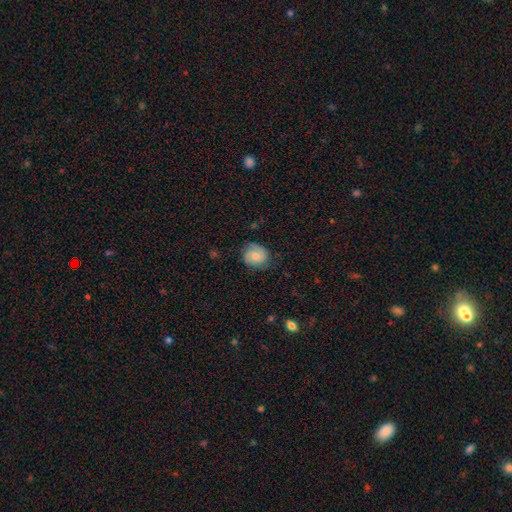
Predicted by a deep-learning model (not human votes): smooth_or_featured: smooth (p=0.55) [alt: featured or disk p=0.38]
how_rounded: round (p=0.72) [alt: in between p=0.27]
merging: none (p=0.70) [alt: minor disturbance p=0.23]